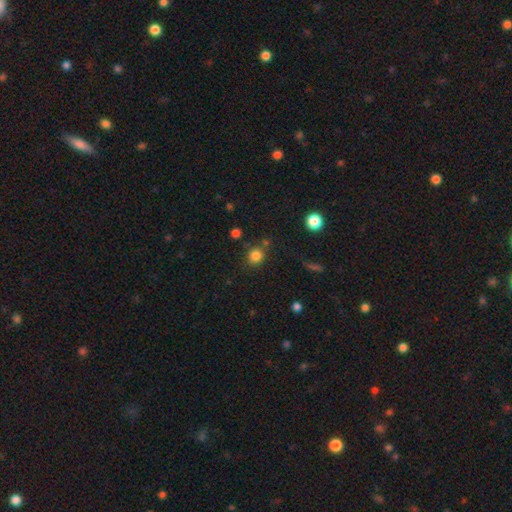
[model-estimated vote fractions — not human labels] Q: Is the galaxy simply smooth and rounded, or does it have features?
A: smooth — 82%.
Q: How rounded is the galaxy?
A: round — 84%.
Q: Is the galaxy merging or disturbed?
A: none — 78%.